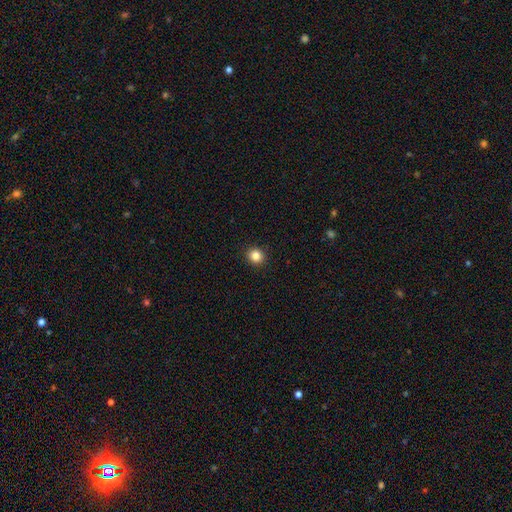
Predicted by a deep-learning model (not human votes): Smooth or featured? smooth (84%)
How rounded? round (87%)
Merging? none (92%)